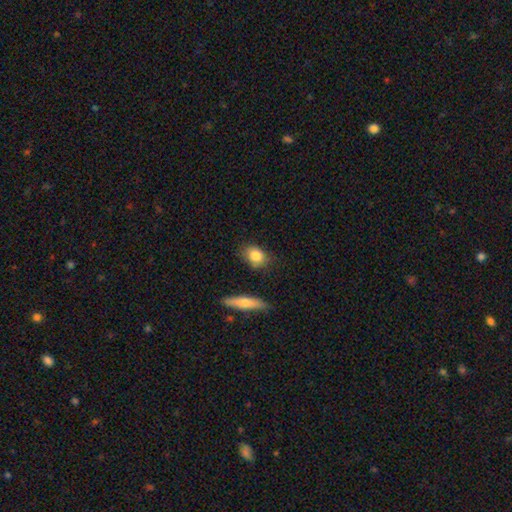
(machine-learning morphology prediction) Smooth or featured? smooth (82%)
How rounded? in between (62%)
Merging? none (76%)